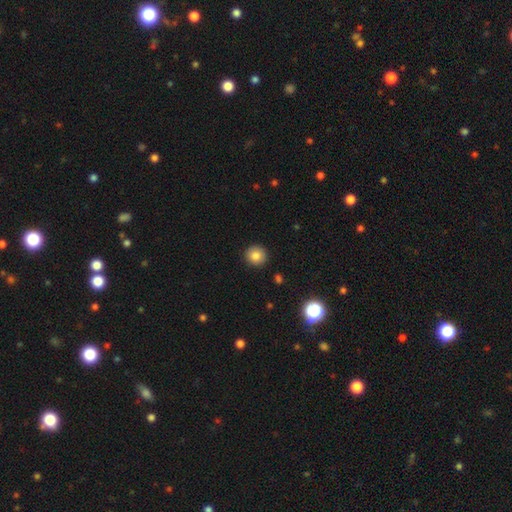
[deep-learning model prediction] smooth 83%, star or artifact 10%, featured or disk 6%. Down the decision tree: how rounded — round (93%); merging — none (92%).